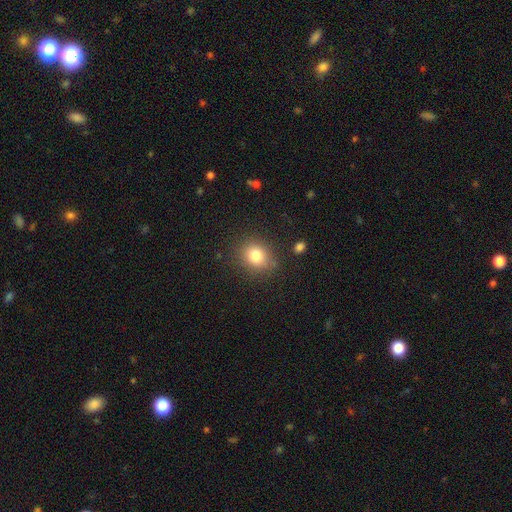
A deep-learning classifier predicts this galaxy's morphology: type=smooth (80%); roundness=round (65%); merging=none (81%).